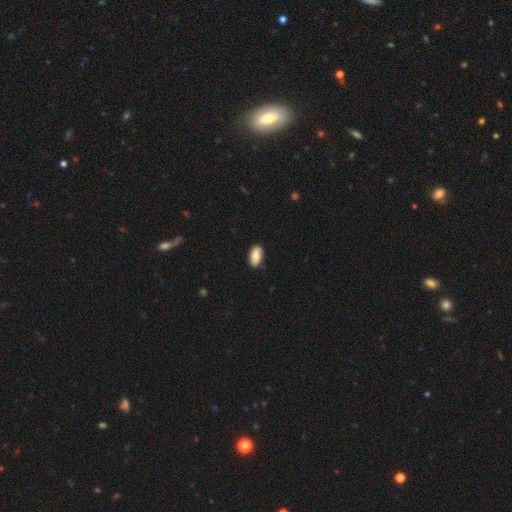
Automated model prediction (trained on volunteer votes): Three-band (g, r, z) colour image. It shows a smooth galaxy with no disk features (77%) that is in between round and cigar-shaped (92%). Merging: none (85%).